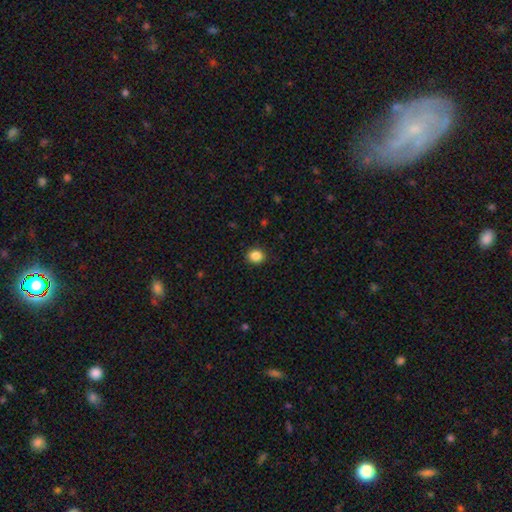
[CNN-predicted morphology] A smooth galaxy with no disk features (86%) that is round (74%).

Vote fractions:
- Smooth or featured? smooth: 86% / star or artifact: 10% / featured or disk: 4%
- How rounded? round: 74% / in between: 26% / cigar-shaped: 1%
- Merging? none: 91% / minor disturbance: 6% / major disturbance: 2% / merger: 1%